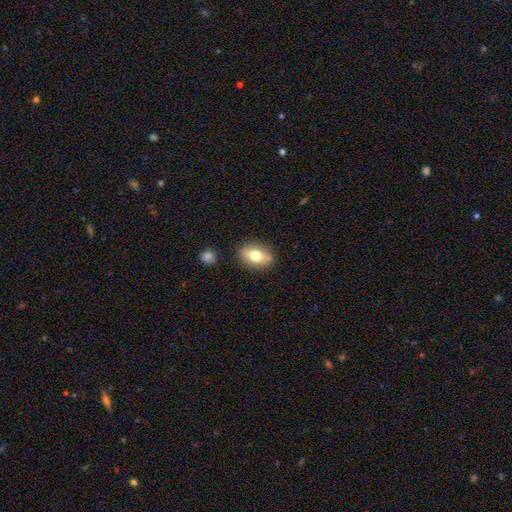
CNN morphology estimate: Smooth or featured?
  - smooth: 72% *
  - featured or disk: 21%
  - star or artifact: 8%
How rounded?
  - in between: 80% *
  - round: 17%
  - cigar-shaped: 2%
Merging?
  - none: 83% *
  - minor disturbance: 12%
  - merger: 3%
  - major disturbance: 3%